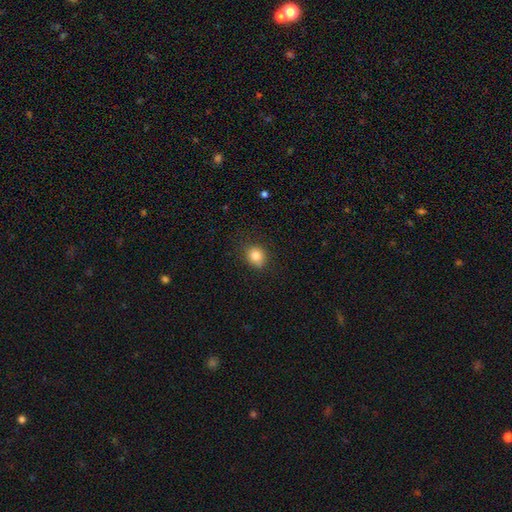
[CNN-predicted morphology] smooth_or_featured: smooth (p=0.83) [alt: star or artifact p=0.11]
how_rounded: round (p=0.78) [alt: in between p=0.21]
merging: none (p=0.80) [alt: minor disturbance p=0.15]